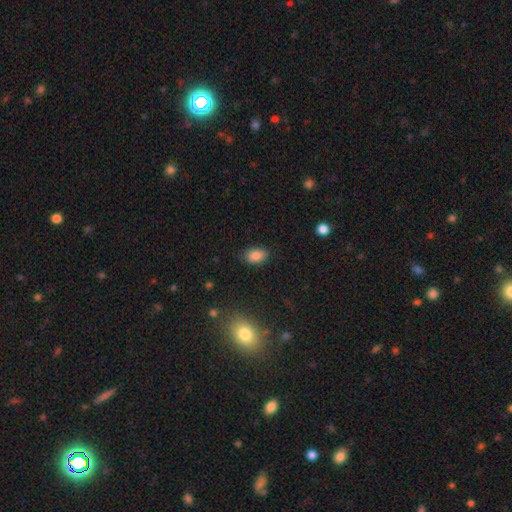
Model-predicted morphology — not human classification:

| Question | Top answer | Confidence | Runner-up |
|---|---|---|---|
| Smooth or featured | smooth | 85% | star or artifact (10%) |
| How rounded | in between | 87% | round (11%) |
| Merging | none | 82% | minor disturbance (14%) |